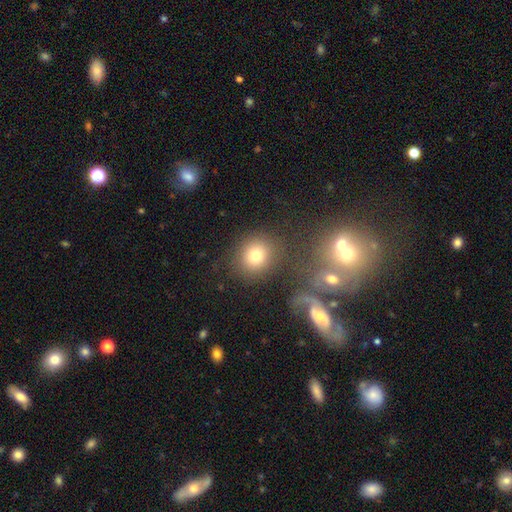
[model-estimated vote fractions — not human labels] This appears to be a smooth galaxy with no disk features (76%) that is round (83%). Merging: none (78%).